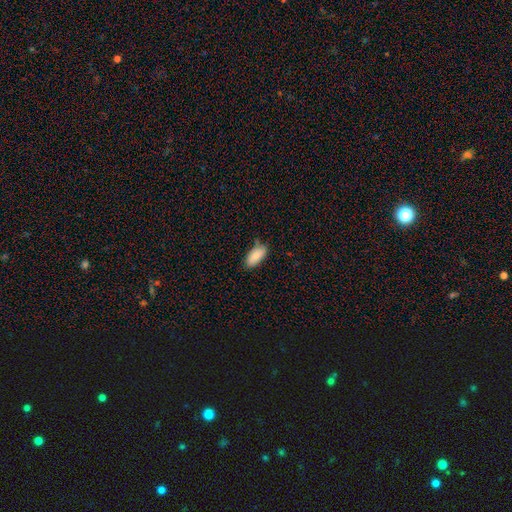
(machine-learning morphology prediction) A smooth galaxy with no disk features (86%) that is in between round and cigar-shaped (92%).

Vote fractions:
- Smooth or featured? smooth: 86% / featured or disk: 8% / star or artifact: 6%
- How rounded? in between: 92% / cigar-shaped: 6% / round: 2%
- Merging? none: 73% / minor disturbance: 21% / major disturbance: 3% / merger: 2%